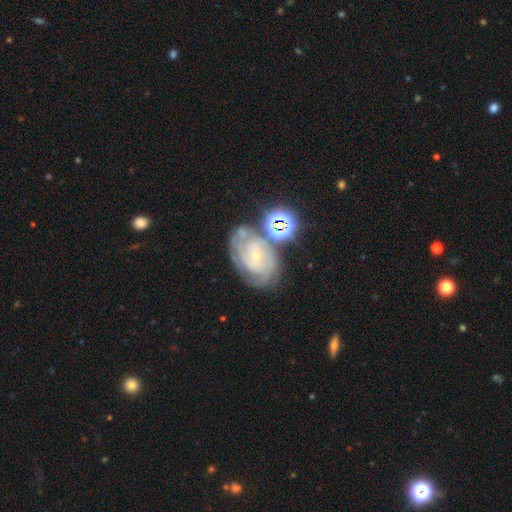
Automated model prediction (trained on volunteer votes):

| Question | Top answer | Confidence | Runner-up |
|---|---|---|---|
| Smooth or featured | featured or disk | 76% | smooth (13%) |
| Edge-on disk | no | 97% | yes (3%) |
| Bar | no | 76% | weak (19%) |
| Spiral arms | yes | 90% | no (10%) |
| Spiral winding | tight | 69% | medium (25%) |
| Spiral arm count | can't tell | 43% | 2 (21%) |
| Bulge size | small | 81% | moderate (15%) |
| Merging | none | 59% | minor disturbance (20%) |